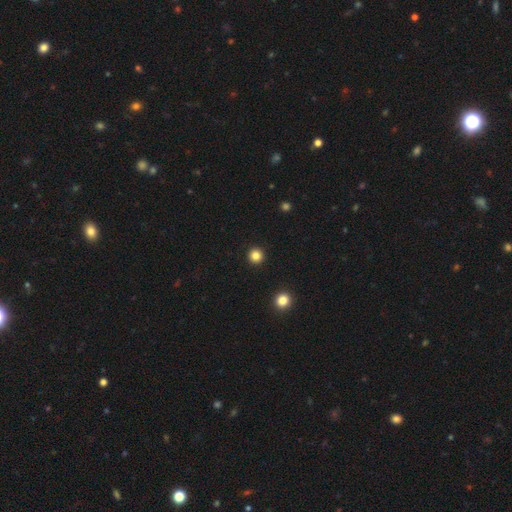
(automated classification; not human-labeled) Smooth or featured? smooth (84%)
How rounded? round (96%)
Merging? none (94%)